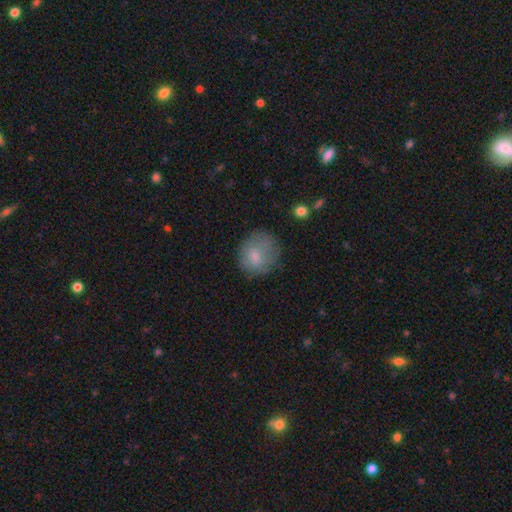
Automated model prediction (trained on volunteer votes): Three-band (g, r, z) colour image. It shows a smooth galaxy with no disk features (76%) that is round (72%). Merging: none (62%).